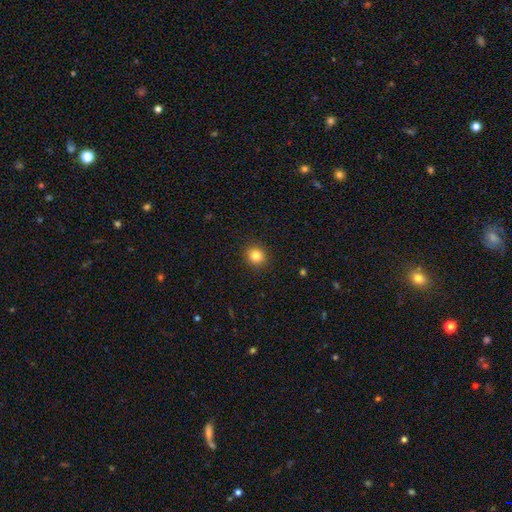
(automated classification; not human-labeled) Smooth or featured: smooth — 83% (star or artifact — 11%)
How rounded: round — 81% (in between — 18%)
Merging: none — 91% (minor disturbance — 6%)